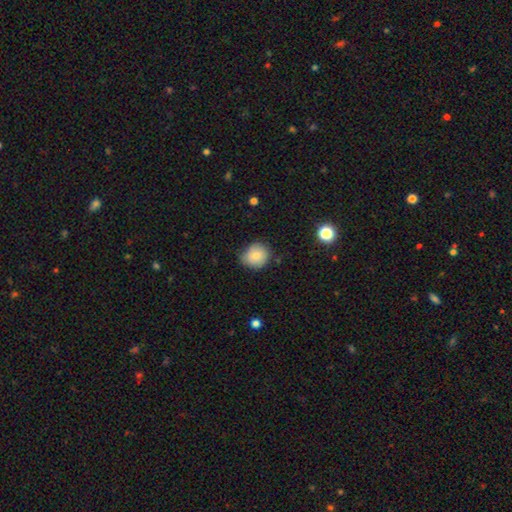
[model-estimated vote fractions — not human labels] Q: Smooth or featured?
A: smooth (79%); runner-up: featured or disk (12%)
Q: How rounded?
A: round (80%); runner-up: in between (20%)
Q: Merging?
A: none (68%); runner-up: minor disturbance (26%)